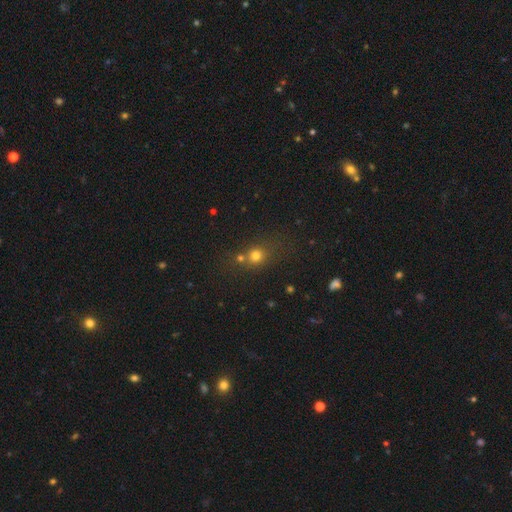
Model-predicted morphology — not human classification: The model was most divided on "merging": none: 57%, merger: 26%, minor disturbance: 11%, major disturbance: 6%. More confident: how rounded — round (78%); smooth or featured — smooth (70%).